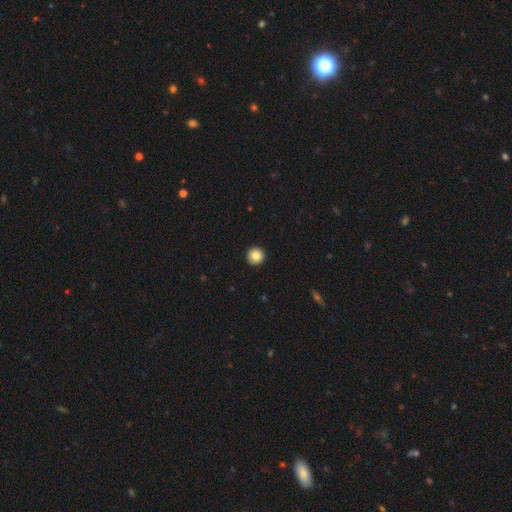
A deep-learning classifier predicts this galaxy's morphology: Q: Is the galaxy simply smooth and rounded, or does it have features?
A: smooth — 85%.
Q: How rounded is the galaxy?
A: round — 96%.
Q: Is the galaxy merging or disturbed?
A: none — 94%.